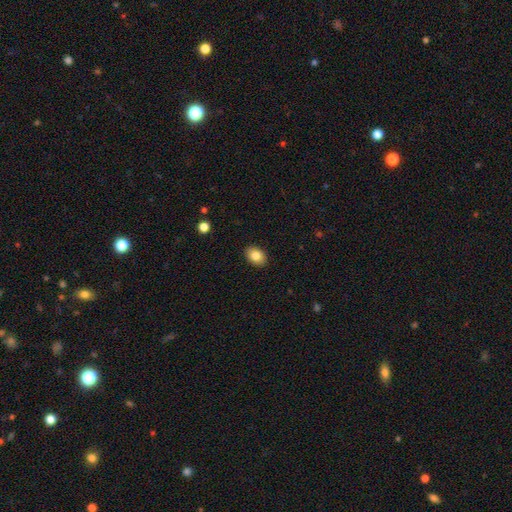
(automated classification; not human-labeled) A smooth galaxy with no disk features (83%) that is in between round and cigar-shaped (79%). Merging: none (90%).